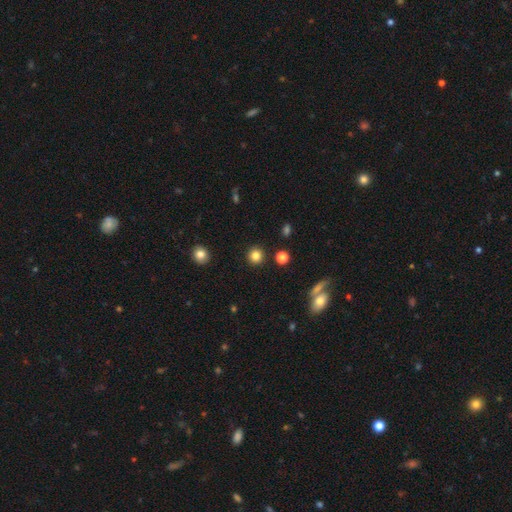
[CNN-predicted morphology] A smooth galaxy with no disk features (82%) that is round (93%).

Vote fractions:
- Smooth or featured? smooth: 82% / star or artifact: 12% / featured or disk: 5%
- How rounded? round: 93% / in between: 6% / cigar-shaped: 1%
- Merging? none: 91% / minor disturbance: 5% / merger: 2% / major disturbance: 2%